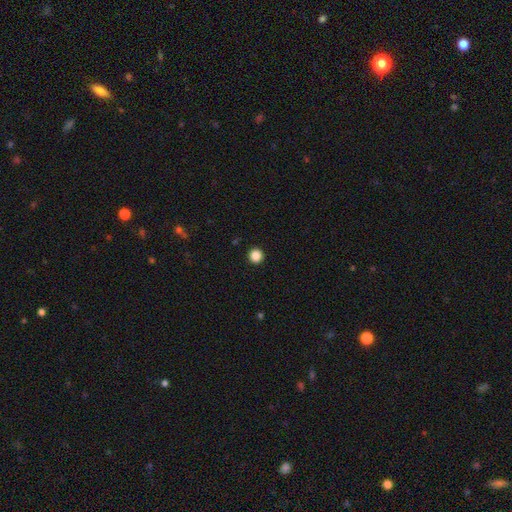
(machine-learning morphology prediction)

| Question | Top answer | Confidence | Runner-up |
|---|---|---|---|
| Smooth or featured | smooth | 87% | star or artifact (11%) |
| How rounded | round | 96% | in between (3%) |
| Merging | none | 94% | minor disturbance (4%) |